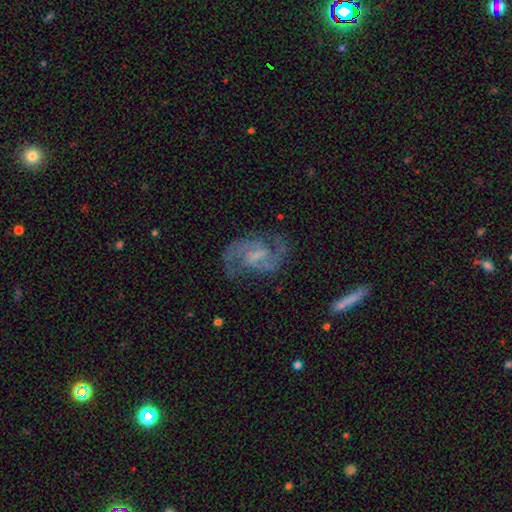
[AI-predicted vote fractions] Overall: featured or disk (88%). Edge-on disk: no (98%). Bar: weak (56%; no 24%). Spiral arms: yes (96%). Spiral arm count: 2 (89%). Spiral winding: medium (58%; loose 24%). Bulge size: none (43%; small 35%). Merging: none (72%).